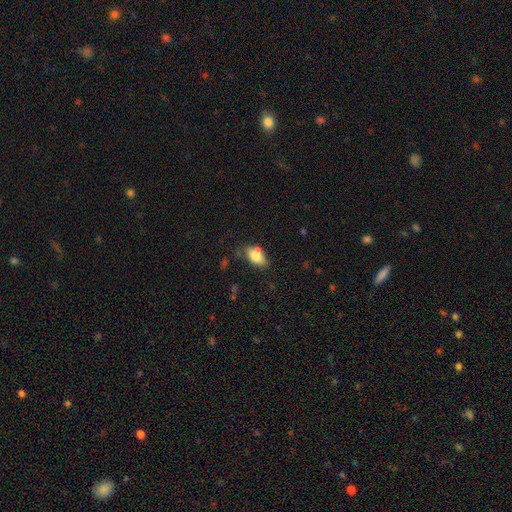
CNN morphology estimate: Overall: smooth (75%). How rounded: in between (86%). Merging: none (53%; minor disturbance 25%).